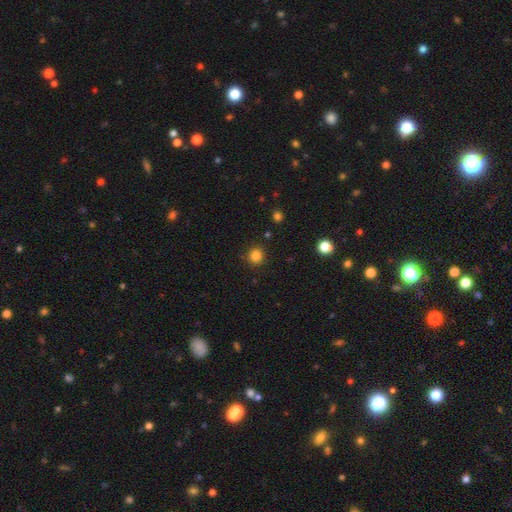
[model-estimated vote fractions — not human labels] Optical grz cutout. It shows a smooth galaxy with no disk features (83%) that is round (91%). Merging: none (90%).